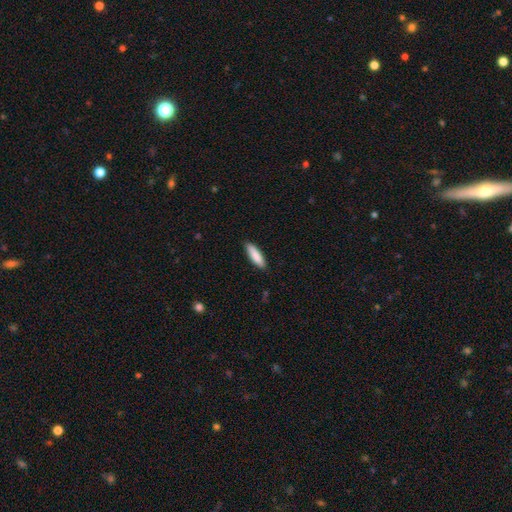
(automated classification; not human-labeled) Morphology: type=smooth (88%); roundness=cigar-shaped (58%); merging=none (88%).